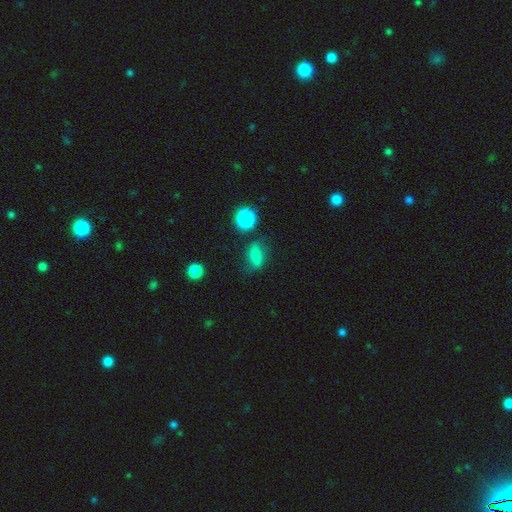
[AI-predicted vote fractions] Q: Smooth or featured?
A: smooth (71%); runner-up: star or artifact (15%)
Q: How rounded?
A: in between (67%); runner-up: round (17%)
Q: Merging?
A: none (60%); runner-up: minor disturbance (24%)